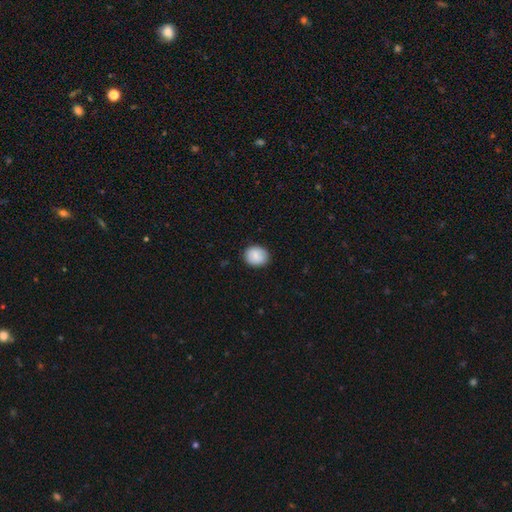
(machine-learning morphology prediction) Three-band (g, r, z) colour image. It shows a smooth galaxy with no disk features (83%) that is round (66%). Merging: none (85%).